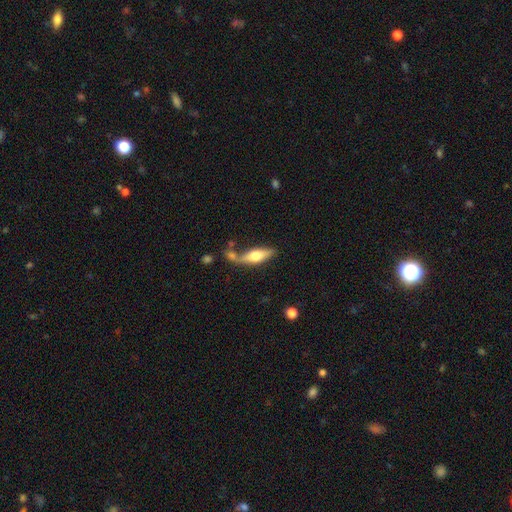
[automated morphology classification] Overall: smooth (51%; featured or disk 43%). How rounded: cigar-shaped (51%; in between 46%). Merging: none (55%; merger 22%).